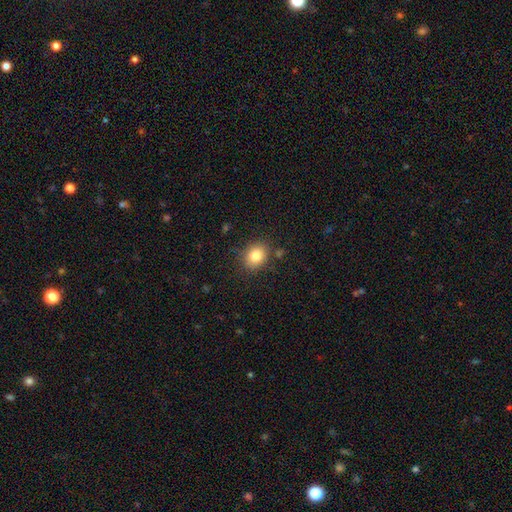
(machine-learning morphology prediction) Overall: smooth (83%). How rounded: round (56%; in between 43%). Merging: none (82%).